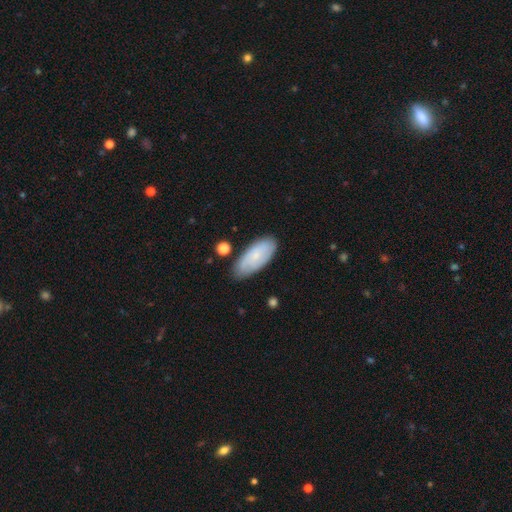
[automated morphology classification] Smooth or featured? smooth (65%)
How rounded? in between (86%)
Merging? none (77%)